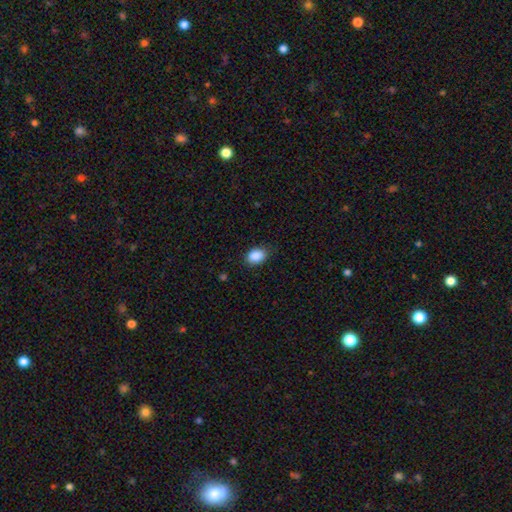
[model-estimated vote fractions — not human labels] Smooth or featured? smooth (89%)
How rounded? in between (78%)
Merging? none (83%)